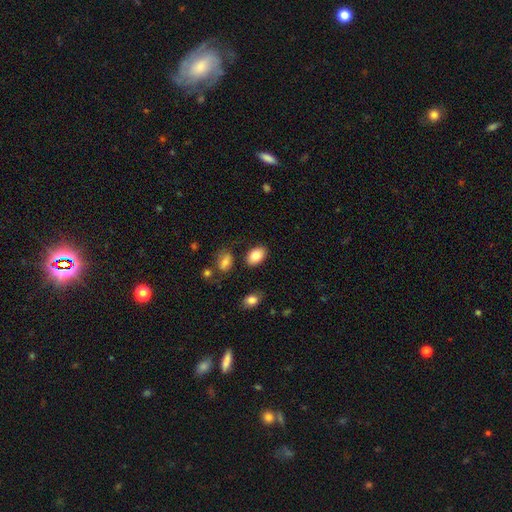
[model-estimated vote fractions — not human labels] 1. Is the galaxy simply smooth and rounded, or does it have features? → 82% smooth, 10% featured or disk, 8% star or artifact.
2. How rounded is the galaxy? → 89% in between, 10% round, 1% cigar-shaped.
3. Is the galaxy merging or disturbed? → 83% none, 11% minor disturbance, 3% merger, 3% major disturbance.